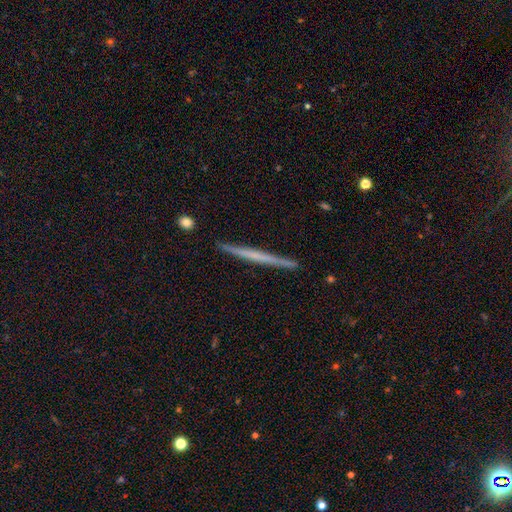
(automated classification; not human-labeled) Q: Smooth or featured?
A: featured or disk (54%); runner-up: smooth (41%)
Q: Edge-on disk?
A: yes (98%); runner-up: no (2%)
Q: Edge-on bulge?
A: none (87%); runner-up: rounded (8%)
Q: Merging?
A: none (92%); runner-up: minor disturbance (6%)